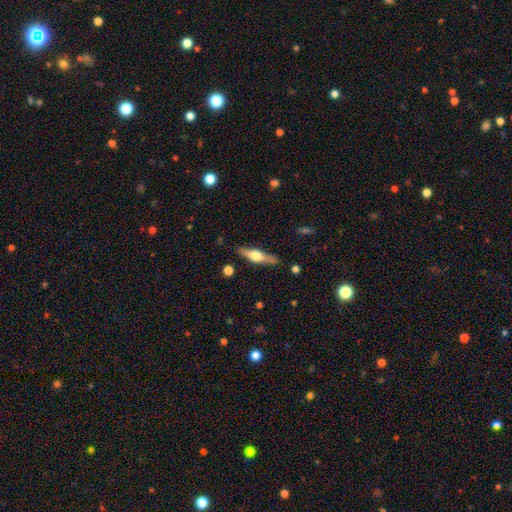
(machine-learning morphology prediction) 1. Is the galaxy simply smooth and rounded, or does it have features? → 59% featured or disk, 35% smooth, 6% star or artifact.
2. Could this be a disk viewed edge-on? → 95% yes, 5% no.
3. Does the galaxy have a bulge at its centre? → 92% rounded, 6% boxy, 2% none.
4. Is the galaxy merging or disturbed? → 84% none, 11% minor disturbance, 2% major disturbance, 2% merger.